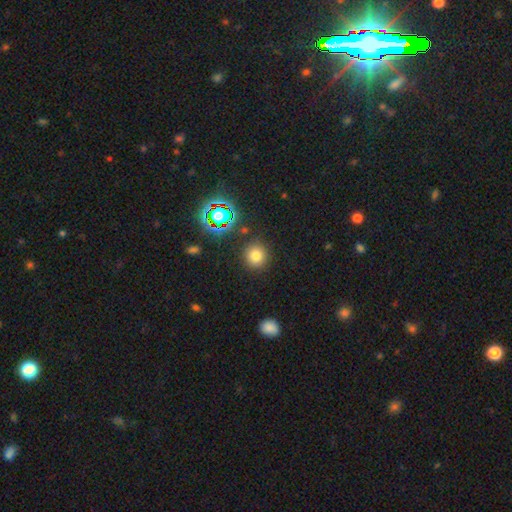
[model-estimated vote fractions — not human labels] Smooth or featured? smooth (73%)
How rounded? round (92%)
Merging? none (88%)